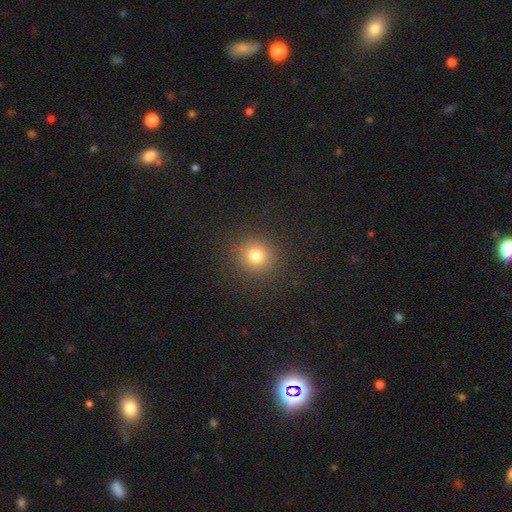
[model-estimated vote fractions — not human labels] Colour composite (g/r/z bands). It shows a smooth galaxy with no disk features (77%) that is round (89%). Merging: none (89%).